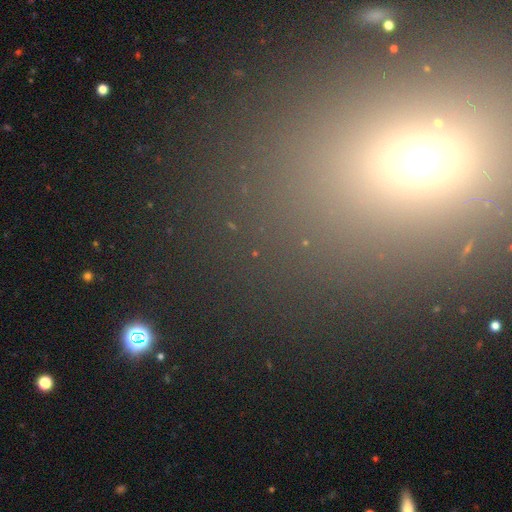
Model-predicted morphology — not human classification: Smooth or featured? star or artifact (46%)